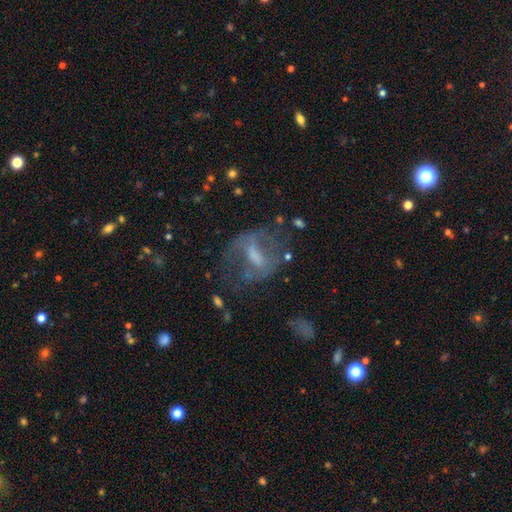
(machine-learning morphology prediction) featured or disk 60%, smooth 27%, star or artifact 13%. Down the decision tree: edge-on disk — no (93%); bar — weak (43%); spiral arms — no (51%); bulge size — moderate (37%); merging — none (51%).